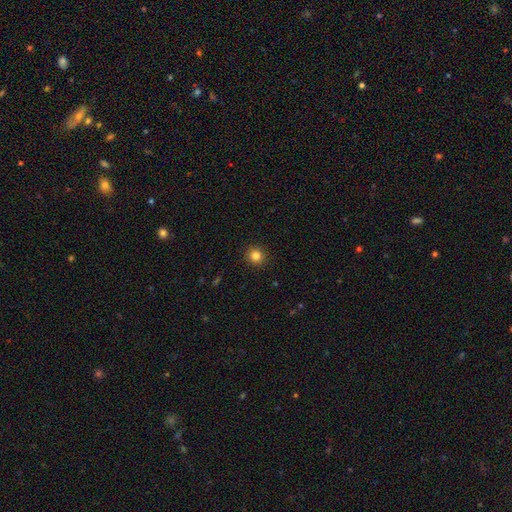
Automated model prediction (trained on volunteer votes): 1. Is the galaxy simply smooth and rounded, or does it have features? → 84% smooth, 12% star or artifact, 5% featured or disk.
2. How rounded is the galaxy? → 92% round, 8% in between, 1% cigar-shaped.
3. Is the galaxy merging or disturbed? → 92% none, 6% minor disturbance, 2% major disturbance, 1% merger.